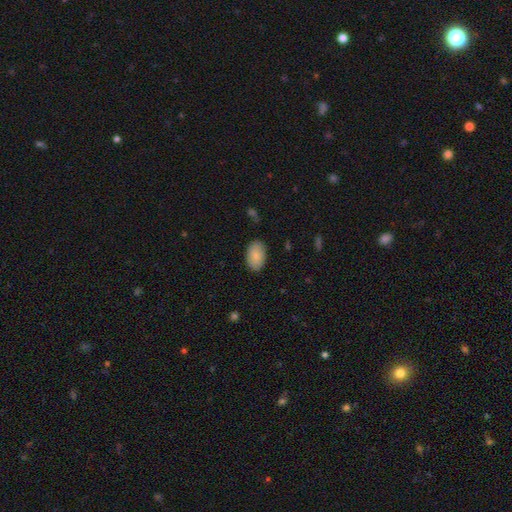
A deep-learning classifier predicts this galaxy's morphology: type=smooth (85%); roundness=in between (92%); merging=none (86%).